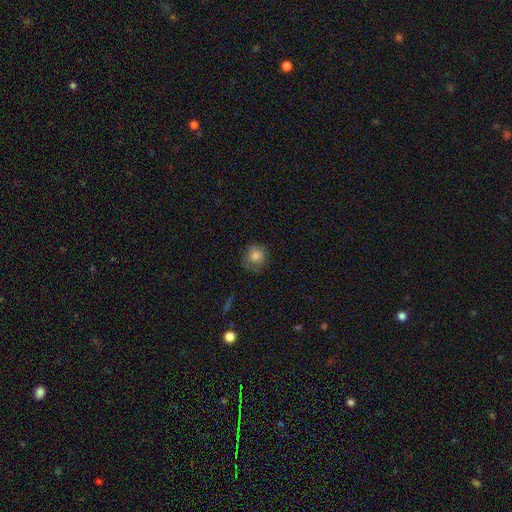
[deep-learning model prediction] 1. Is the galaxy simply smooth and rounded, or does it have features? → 81% smooth, 10% star or artifact, 9% featured or disk.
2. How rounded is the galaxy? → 88% round, 11% in between, 1% cigar-shaped.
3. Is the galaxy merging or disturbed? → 72% none, 21% minor disturbance, 6% major disturbance, 1% merger.